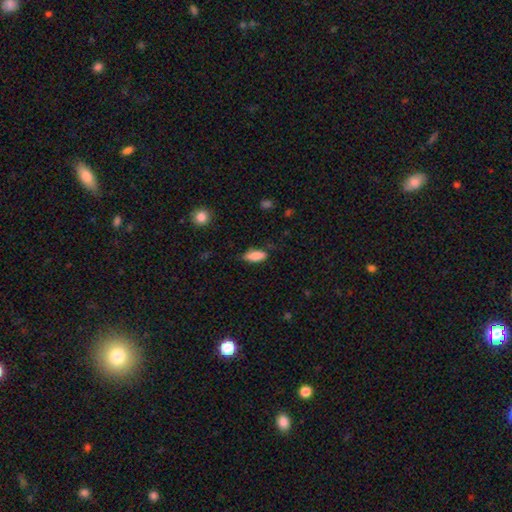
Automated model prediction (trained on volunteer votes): A smooth galaxy with no disk features (84%) that is in between round and cigar-shaped (75%).

Vote fractions:
- Smooth or featured? smooth: 84% / featured or disk: 9% / star or artifact: 7%
- How rounded? in between: 75% / cigar-shaped: 23% / round: 2%
- Merging? none: 74% / minor disturbance: 21% / major disturbance: 4% / merger: 2%